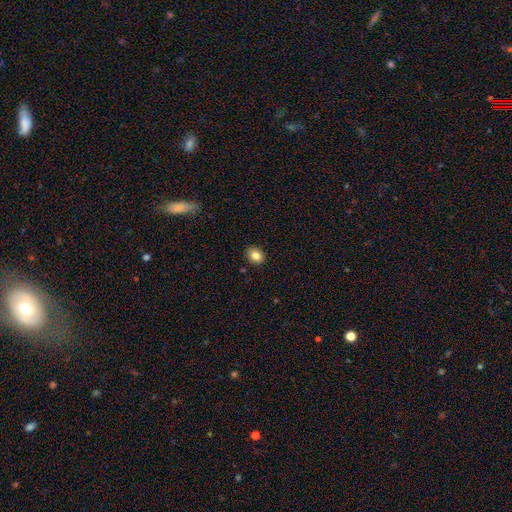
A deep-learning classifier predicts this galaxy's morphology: smooth-or-featured: smooth: 83% | star or artifact: 10% | featured or disk: 7%
  how-rounded: round: 51% | in between: 48% | cigar-shaped: 1%
  merging: none: 89% | minor disturbance: 8% | major disturbance: 2% | merger: 1%